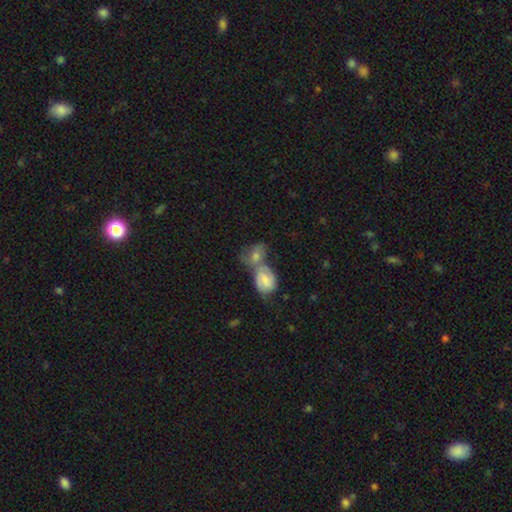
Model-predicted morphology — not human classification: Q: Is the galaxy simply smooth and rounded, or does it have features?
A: smooth — 53%.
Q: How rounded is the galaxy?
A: in between — 65%.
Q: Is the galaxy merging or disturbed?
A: merger — 62%.